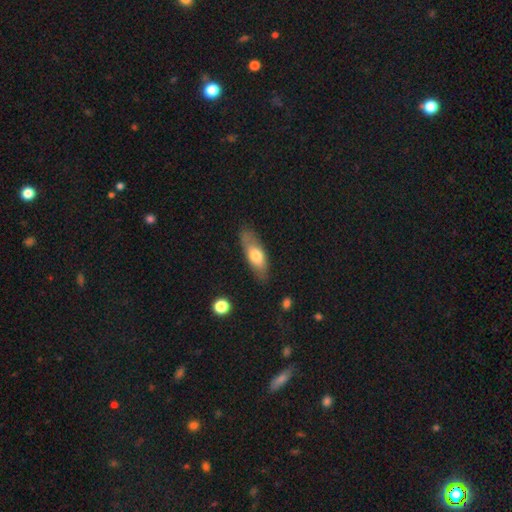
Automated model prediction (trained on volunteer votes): Smooth or featured?
  - smooth: 63% *
  - featured or disk: 31%
  - star or artifact: 6%
How rounded?
  - in between: 61% *
  - cigar-shaped: 36%
  - round: 3%
Merging?
  - none: 79% *
  - minor disturbance: 16%
  - major disturbance: 4%
  - merger: 2%